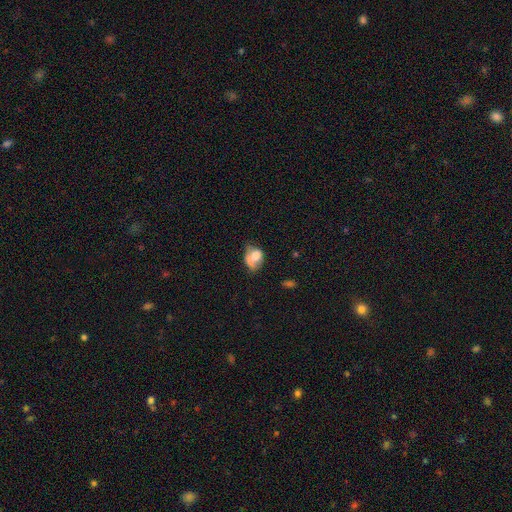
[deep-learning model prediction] This appears to be a smooth galaxy with no disk features (66%) that is in between round and cigar-shaped (59%). Merging: none (27%, tied with minor disturbance).